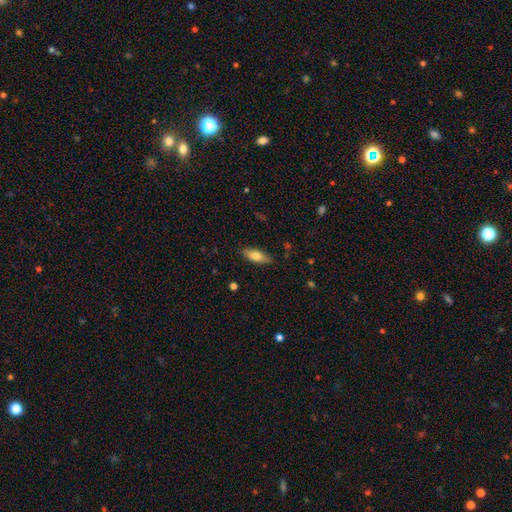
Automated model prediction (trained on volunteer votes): The model was most divided on "how rounded": in between: 73%, cigar-shaped: 25%, round: 2%. More confident: merging — none (84%); smooth or featured — smooth (75%).